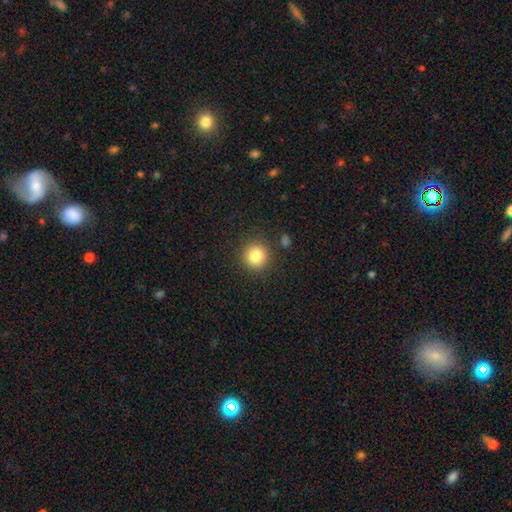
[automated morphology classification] smooth-or-featured: smooth: 83% | star or artifact: 11% | featured or disk: 6%
  how-rounded: round: 93% | in between: 6% | cigar-shaped: 1%
  merging: none: 88% | minor disturbance: 7% | major disturbance: 3% | merger: 2%